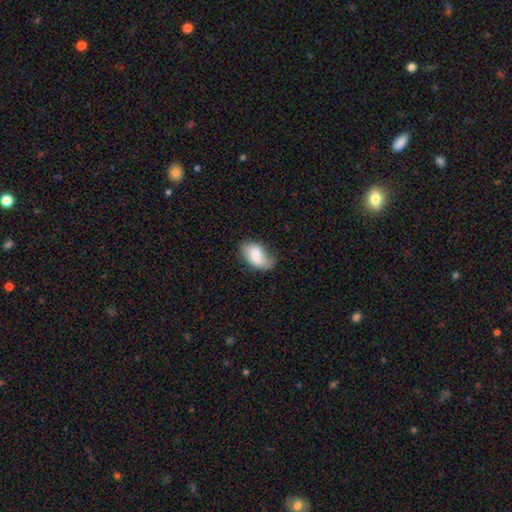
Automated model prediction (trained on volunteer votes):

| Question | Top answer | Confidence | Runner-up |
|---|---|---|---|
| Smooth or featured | smooth | 63% | featured or disk (30%) |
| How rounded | in between | 91% | round (7%) |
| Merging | none | 61% | minor disturbance (29%) |